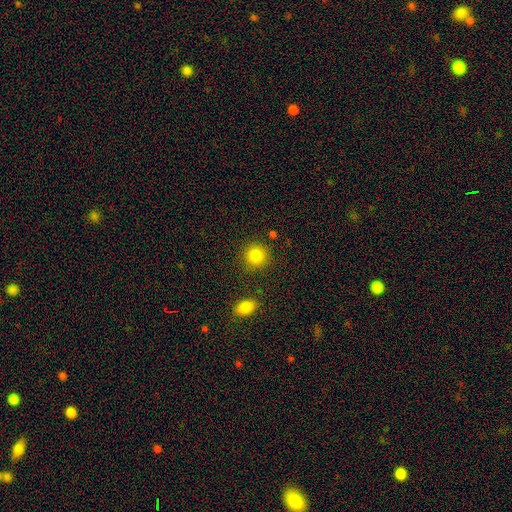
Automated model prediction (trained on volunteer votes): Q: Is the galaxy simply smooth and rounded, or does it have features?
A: smooth — 85%.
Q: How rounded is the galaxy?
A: round — 91%.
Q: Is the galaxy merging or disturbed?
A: none — 86%.